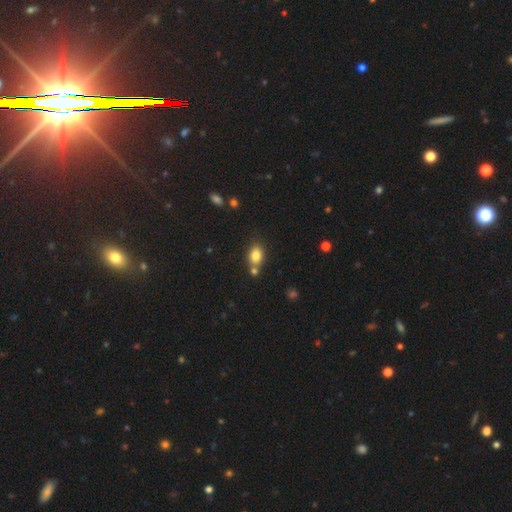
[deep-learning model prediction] The model was most divided on "merging": none: 62%, merger: 23%, minor disturbance: 12%, major disturbance: 3%. More confident: smooth or featured — smooth (83%); how rounded — in between (74%).